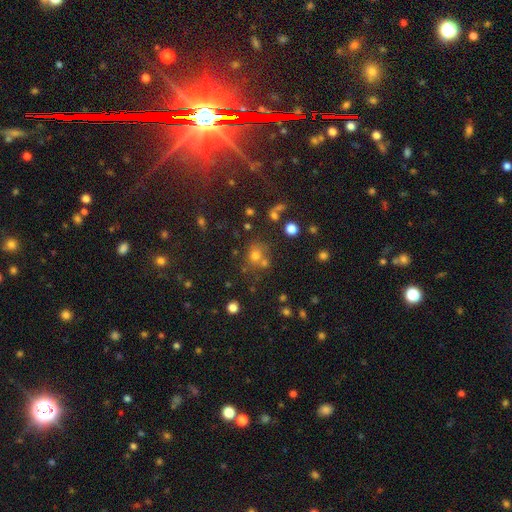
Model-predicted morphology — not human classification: Smooth or featured: smooth — 52% (star or artifact — 38%)
How rounded: round — 80% (in between — 18%)
Merging: none — 68% (merger — 17%)